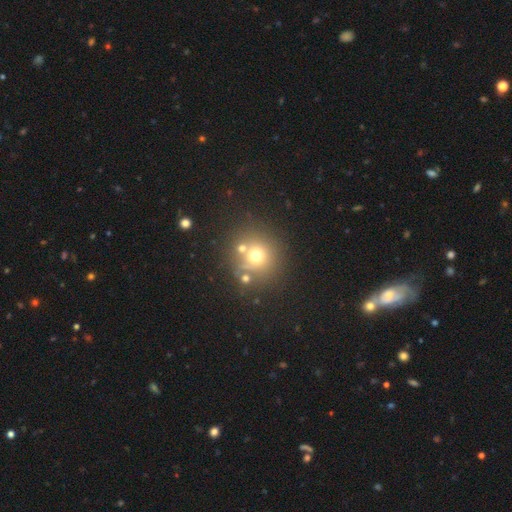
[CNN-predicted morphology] smooth-or-featured: smooth: 65% | star or artifact: 20% | featured or disk: 15%
  how-rounded: round: 91% | in between: 8% | cigar-shaped: 1%
  merging: none: 68% | merger: 17% | minor disturbance: 10% | major disturbance: 5%